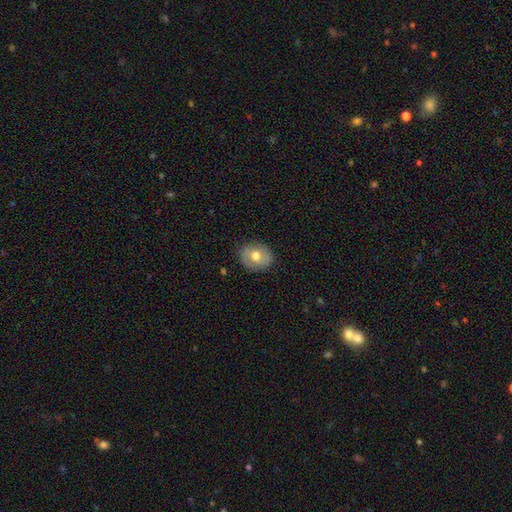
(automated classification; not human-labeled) A smooth galaxy with no disk features (60%) that is round (66%).

Vote fractions:
- Smooth or featured? smooth: 60% / featured or disk: 32% / star or artifact: 7%
- How rounded? round: 66% / in between: 33% / cigar-shaped: 1%
- Merging? none: 83% / minor disturbance: 12% / major disturbance: 3% / merger: 1%